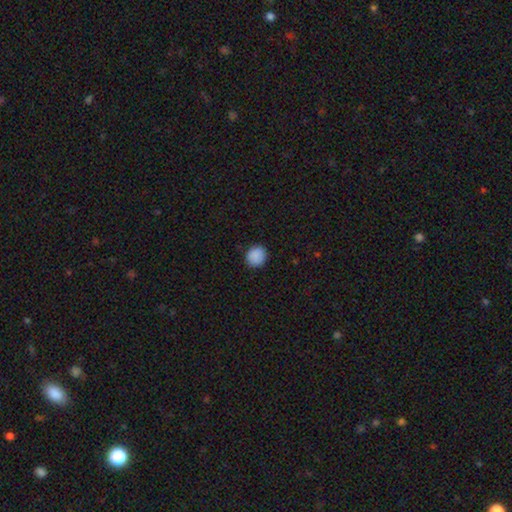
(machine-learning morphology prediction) smooth 89%, star or artifact 8%, featured or disk 3%. Down the decision tree: how rounded — round (83%); merging — none (88%).